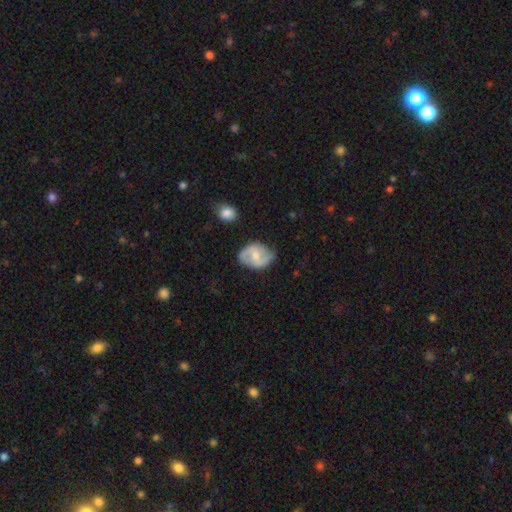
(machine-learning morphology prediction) Smooth or featured? featured or disk (65%)
Edge-on disk? no (97%)
Bar? weak (53%)
Spiral arms? yes (85%)
Spiral winding? medium (44%)
Spiral arm count? 2 (87%)
Bulge size? small (50%)
Merging? none (70%)